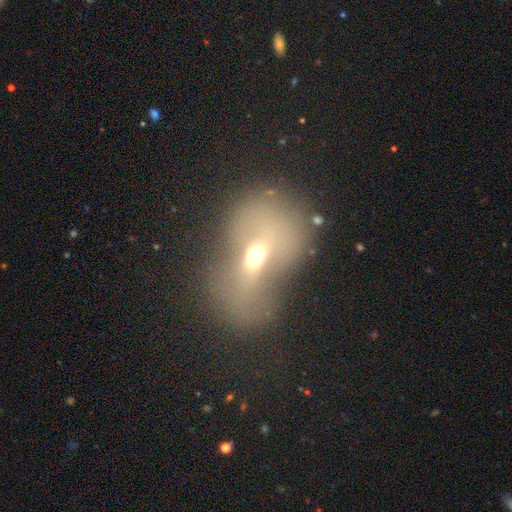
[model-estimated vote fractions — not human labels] This is possibly a smooth galaxy (47%). Merging: marginally none (34%).